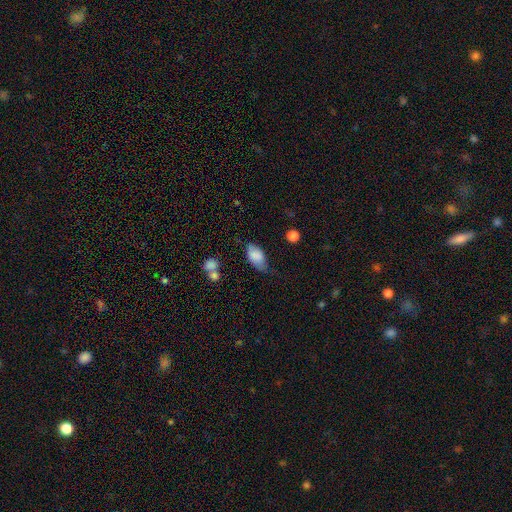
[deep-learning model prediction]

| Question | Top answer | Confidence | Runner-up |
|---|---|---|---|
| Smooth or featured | smooth | 81% | featured or disk (11%) |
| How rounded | in between | 92% | round (5%) |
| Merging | none | 52% | minor disturbance (34%) |